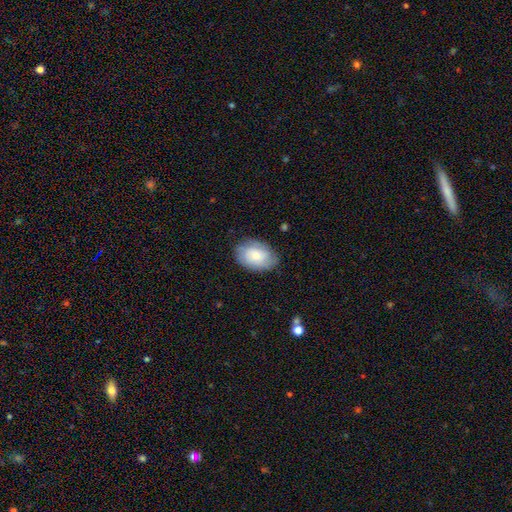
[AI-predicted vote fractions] smooth 66%, featured or disk 28%, star or artifact 7%. Down the decision tree: how rounded — in between (86%); merging — none (79%).